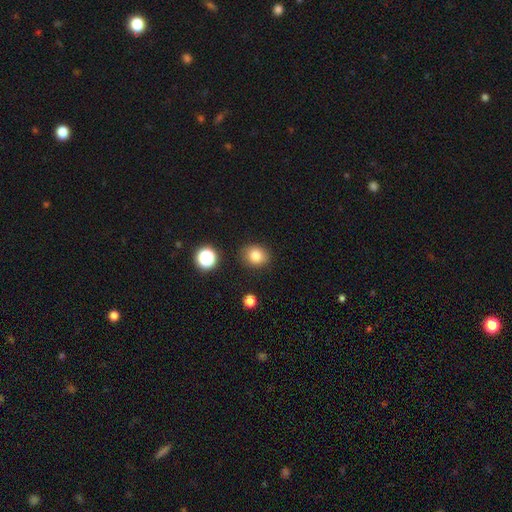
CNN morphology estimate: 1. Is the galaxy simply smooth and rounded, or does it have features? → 83% smooth, 11% star or artifact, 6% featured or disk.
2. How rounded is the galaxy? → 63% round, 36% in between, 1% cigar-shaped.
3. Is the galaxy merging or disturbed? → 84% none, 11% minor disturbance, 3% major disturbance, 2% merger.